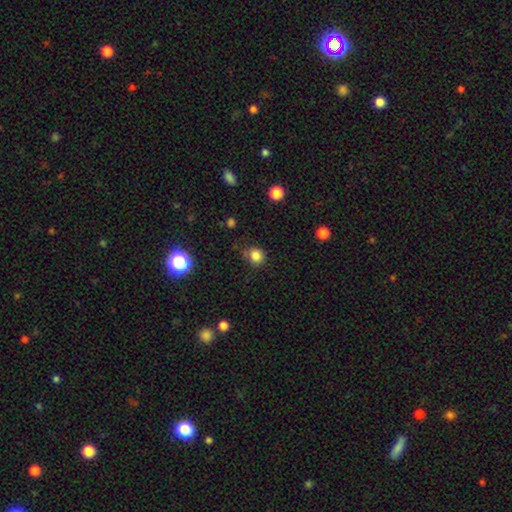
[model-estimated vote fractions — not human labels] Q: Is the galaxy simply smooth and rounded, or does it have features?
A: smooth — 82%.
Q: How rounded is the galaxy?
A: round — 84%.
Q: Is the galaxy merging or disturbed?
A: none — 71%.